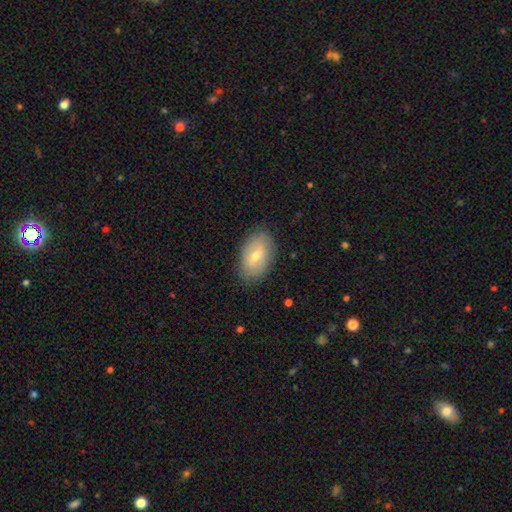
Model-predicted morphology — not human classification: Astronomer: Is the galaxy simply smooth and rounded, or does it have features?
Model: smooth — 59%.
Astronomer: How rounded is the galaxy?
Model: in between — 91%.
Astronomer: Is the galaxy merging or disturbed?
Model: none — 84%.